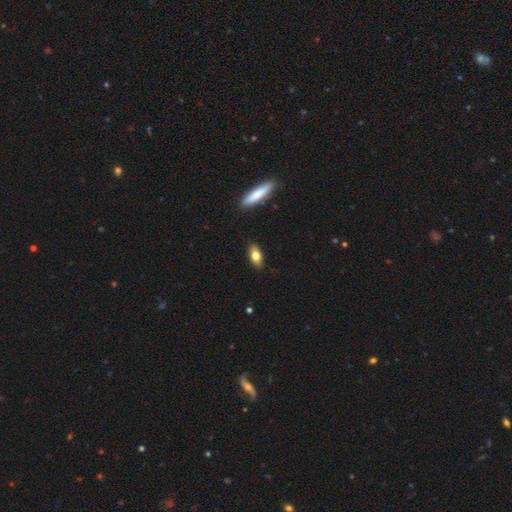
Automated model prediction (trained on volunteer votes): Smooth or featured: smooth — 77% (featured or disk — 16%)
How rounded: in between — 81% (cigar-shaped — 15%)
Merging: none — 88% (minor disturbance — 9%)